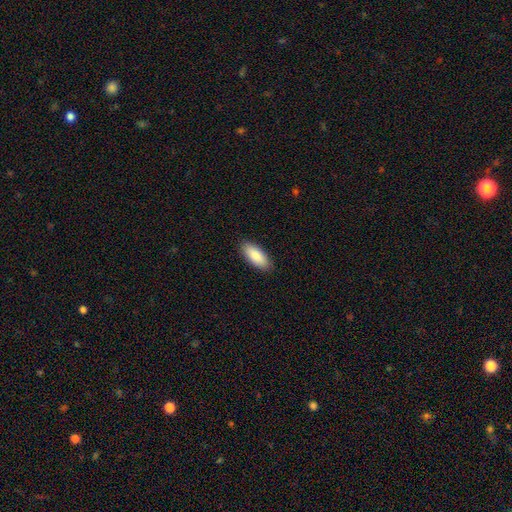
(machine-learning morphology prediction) This is clearly a smooth galaxy (88%). How rounded: clearly in between (82%). Merging: clearly none (89%).